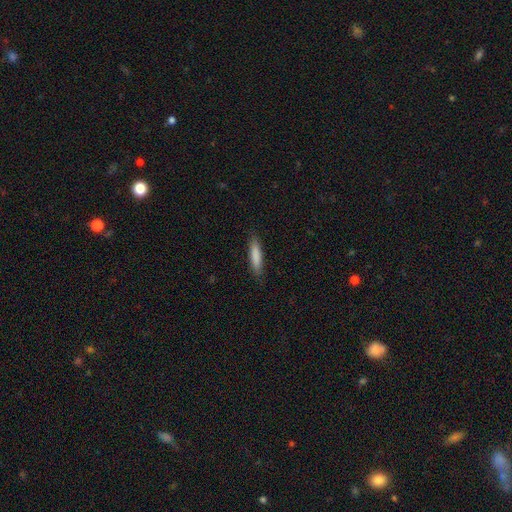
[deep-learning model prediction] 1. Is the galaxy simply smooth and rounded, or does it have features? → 84% smooth, 10% featured or disk, 6% star or artifact.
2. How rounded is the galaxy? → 81% cigar-shaped, 18% in between, 1% round.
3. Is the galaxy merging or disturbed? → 87% none, 10% minor disturbance, 2% major disturbance, 1% merger.